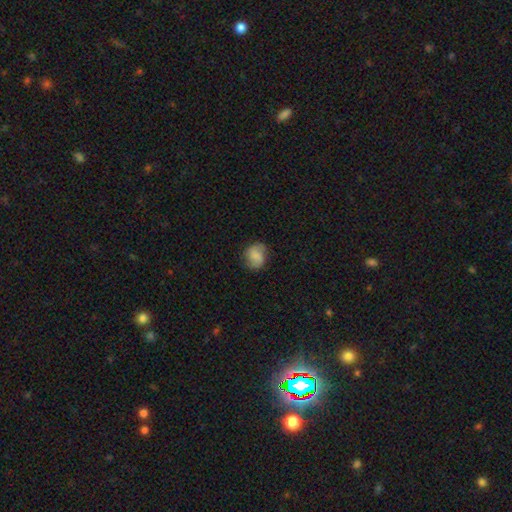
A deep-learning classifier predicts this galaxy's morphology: type=smooth (53%); roundness=round (63%); merging=none (76%).